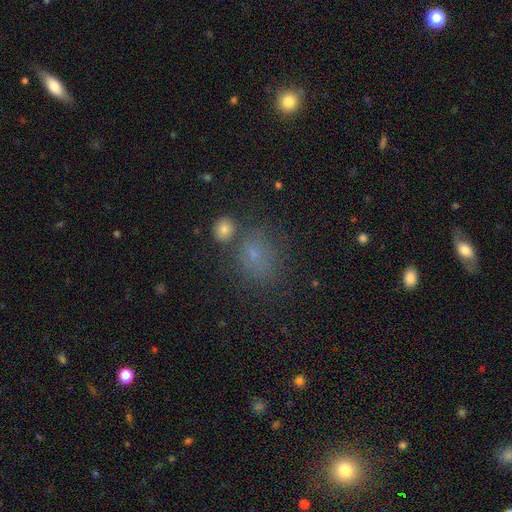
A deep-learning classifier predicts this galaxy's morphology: The model was most divided on "how rounded": round: 58%, in between: 40%, cigar-shaped: 1%. More confident: smooth or featured — smooth (65%); merging — none (61%).